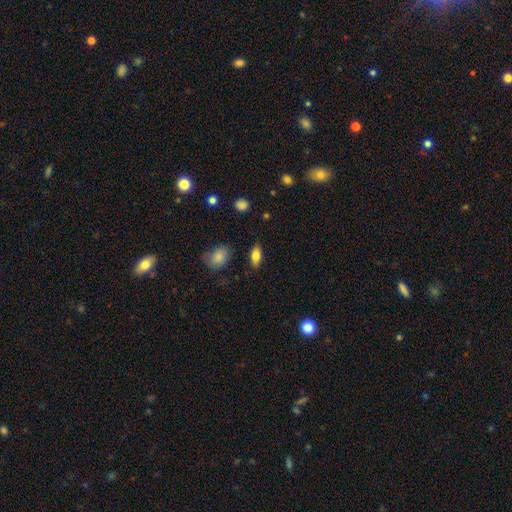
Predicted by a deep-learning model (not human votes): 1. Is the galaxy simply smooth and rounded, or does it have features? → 80% smooth, 12% featured or disk, 8% star or artifact.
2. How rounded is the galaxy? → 88% in between, 7% cigar-shaped, 4% round.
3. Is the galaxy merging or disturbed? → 86% none, 10% minor disturbance, 2% major disturbance, 2% merger.